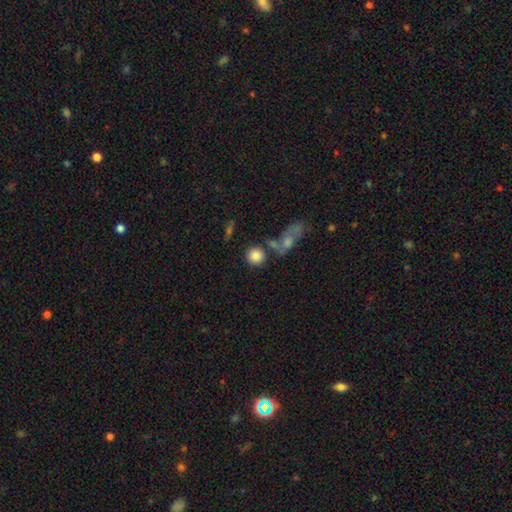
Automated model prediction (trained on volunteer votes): Q: Smooth or featured?
A: smooth (83%); runner-up: star or artifact (9%)
Q: How rounded?
A: round (89%); runner-up: in between (10%)
Q: Merging?
A: none (68%); runner-up: merger (16%)